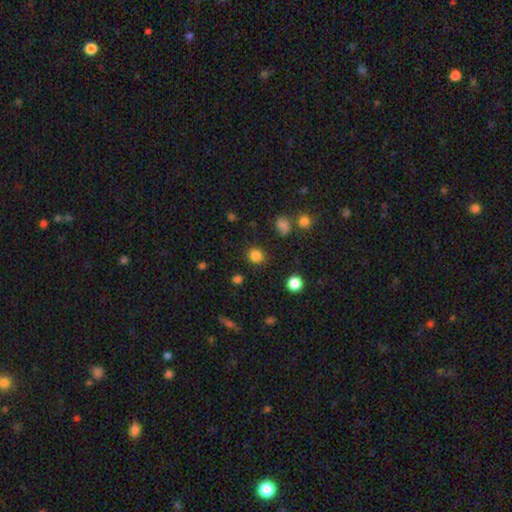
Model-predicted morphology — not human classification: Q: Smooth or featured?
A: smooth (83%); runner-up: star or artifact (13%)
Q: How rounded?
A: round (85%); runner-up: in between (14%)
Q: Merging?
A: none (87%); runner-up: minor disturbance (8%)